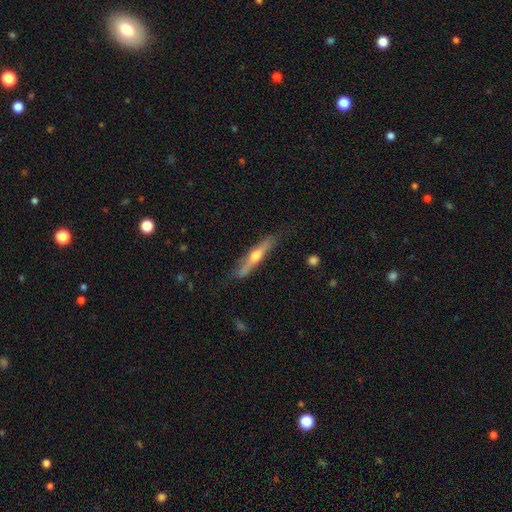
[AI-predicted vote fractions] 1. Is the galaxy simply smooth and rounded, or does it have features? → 57% featured or disk, 38% smooth, 5% star or artifact.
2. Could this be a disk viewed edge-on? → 93% yes, 7% no.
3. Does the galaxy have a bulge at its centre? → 89% rounded, 7% none, 4% boxy.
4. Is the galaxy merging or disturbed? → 78% none, 17% minor disturbance, 4% major disturbance, 2% merger.